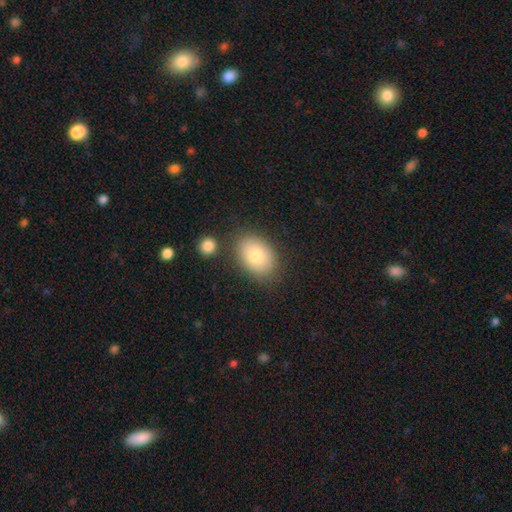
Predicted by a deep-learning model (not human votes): A smooth galaxy with no disk features (78%) that is in between round and cigar-shaped (78%). Merging: none (80%).